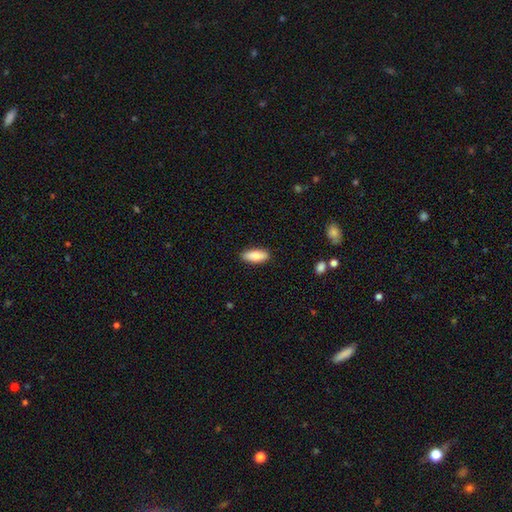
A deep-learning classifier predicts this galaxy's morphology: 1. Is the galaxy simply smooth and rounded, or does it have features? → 85% smooth, 9% featured or disk, 6% star or artifact.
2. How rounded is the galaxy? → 77% in between, 21% cigar-shaped, 2% round.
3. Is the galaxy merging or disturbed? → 88% none, 9% minor disturbance, 2% major disturbance, 1% merger.